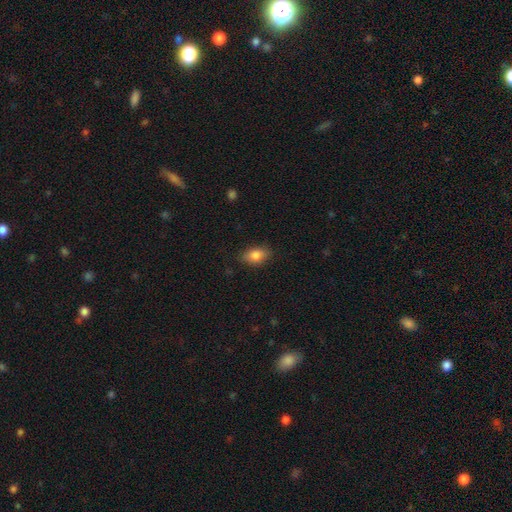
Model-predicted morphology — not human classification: smooth 83%, featured or disk 9%, star or artifact 8%. Down the decision tree: how rounded — in between (82%); merging — none (83%).